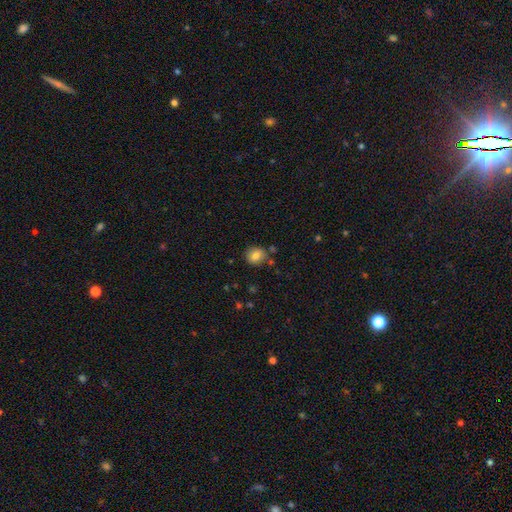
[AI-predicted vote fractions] A smooth galaxy with no disk features (81%) that is round (77%).

Vote fractions:
- Smooth or featured? smooth: 81% / star or artifact: 10% / featured or disk: 9%
- How rounded? round: 77% / in between: 22% / cigar-shaped: 1%
- Merging? none: 80% / minor disturbance: 12% / merger: 6% / major disturbance: 3%